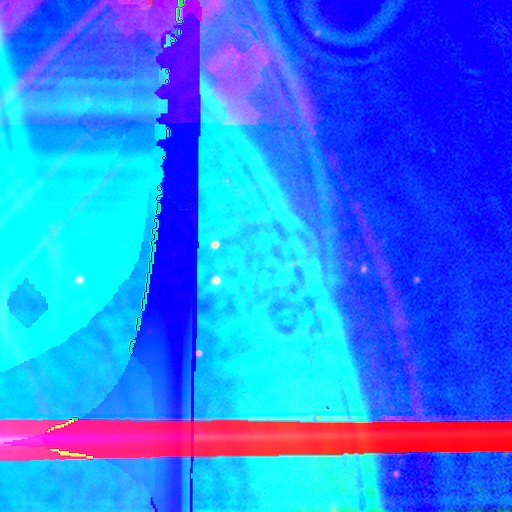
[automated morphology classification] Smooth or featured?
  - star or artifact: 88% *
  - featured or disk: 7%
  - smooth: 6%